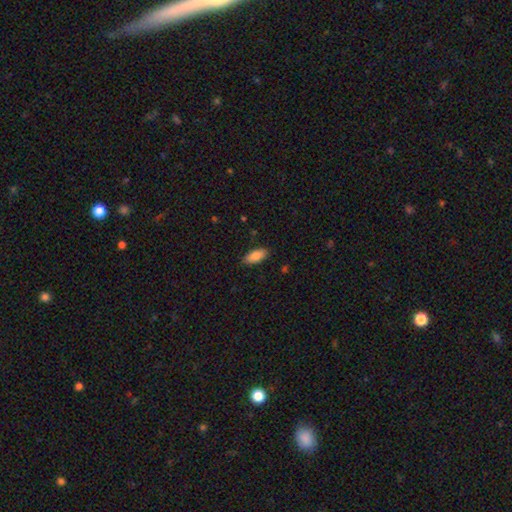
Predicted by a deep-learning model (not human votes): smooth-or-featured: smooth: 85% | featured or disk: 8% | star or artifact: 6%
  how-rounded: in between: 88% | cigar-shaped: 10% | round: 2%
  merging: none: 86% | minor disturbance: 11% | major disturbance: 2% | merger: 1%